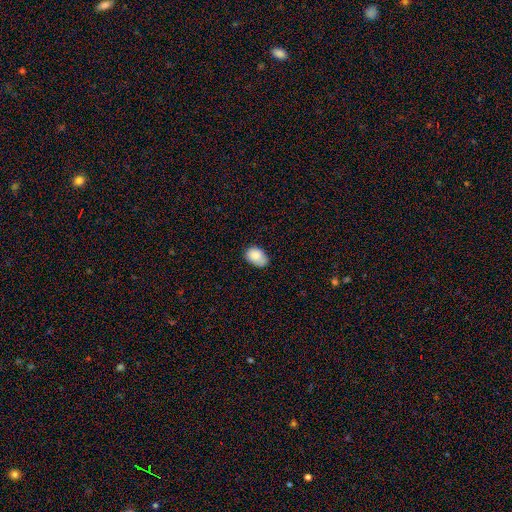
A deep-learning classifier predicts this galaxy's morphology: A smooth galaxy with no disk features (87%) that is in between round and cigar-shaped (87%). Merging: none (64%).